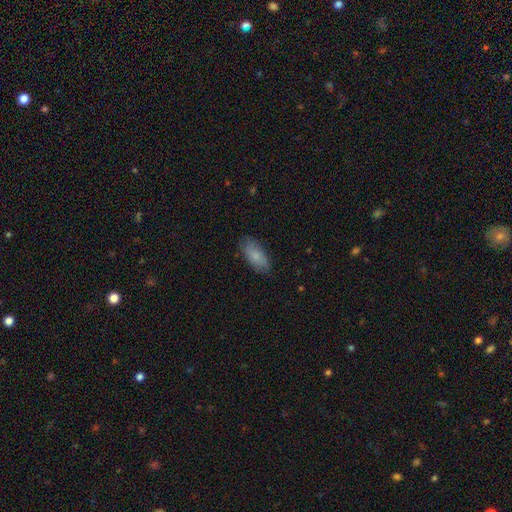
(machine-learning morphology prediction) smooth 83%, featured or disk 11%, star or artifact 6%. Down the decision tree: how rounded — in between (86%); merging — none (81%).